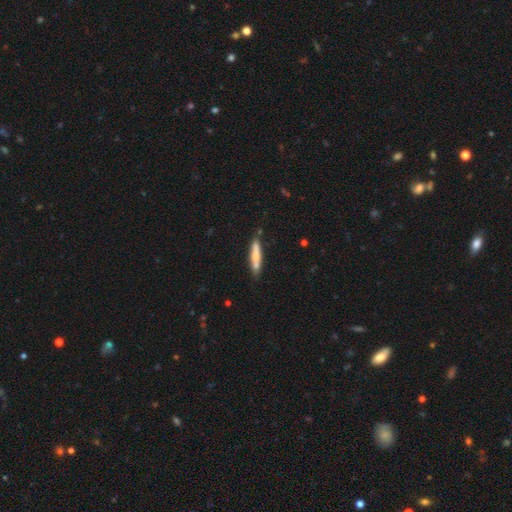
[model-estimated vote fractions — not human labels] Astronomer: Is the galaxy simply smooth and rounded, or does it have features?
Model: smooth — 66%.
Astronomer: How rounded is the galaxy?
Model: cigar-shaped — 89%.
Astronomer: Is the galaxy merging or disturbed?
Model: none — 72%.